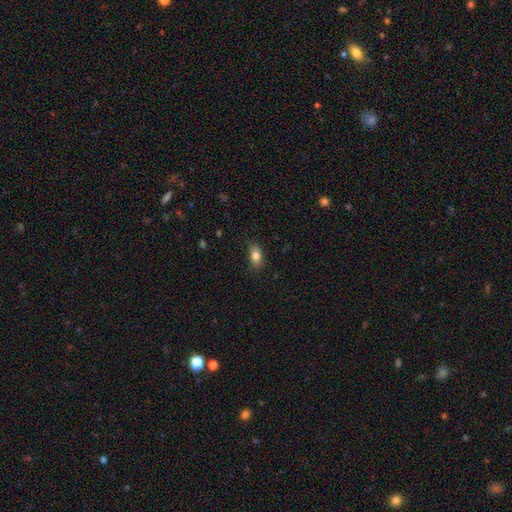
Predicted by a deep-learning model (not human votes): A smooth galaxy with no disk features (83%) that is in between round and cigar-shaped (86%). Merging: none (83%).